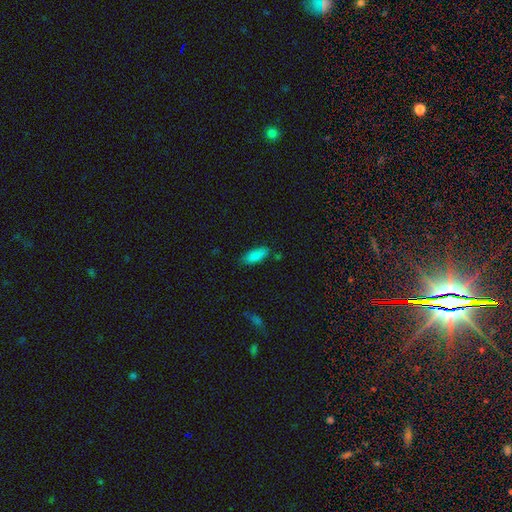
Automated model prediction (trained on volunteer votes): This appears to be a smooth galaxy with no disk features (86%) that is in between round and cigar-shaped (74%). Merging: none (80%).